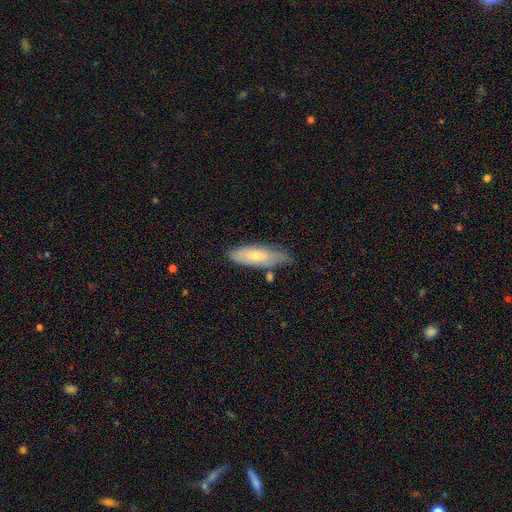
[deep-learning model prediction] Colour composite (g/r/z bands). It shows a smooth galaxy with no disk features (60%) that is in between round and cigar-shaped (56%). Merging: none (63%).